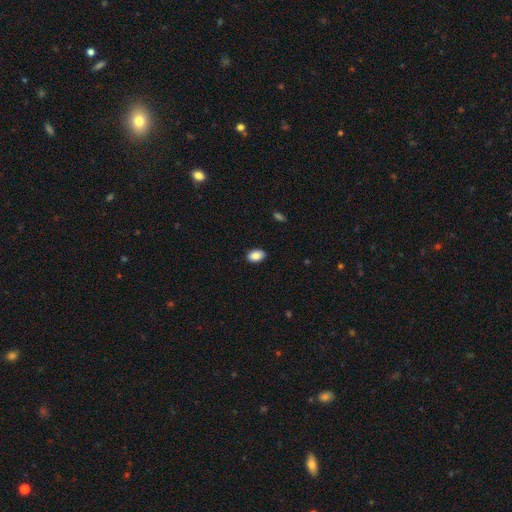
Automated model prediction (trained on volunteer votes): smooth_or_featured: smooth (p=0.87) [alt: star or artifact p=0.07]
how_rounded: in between (p=0.89) [alt: round p=0.10]
merging: none (p=0.89) [alt: minor disturbance p=0.08]